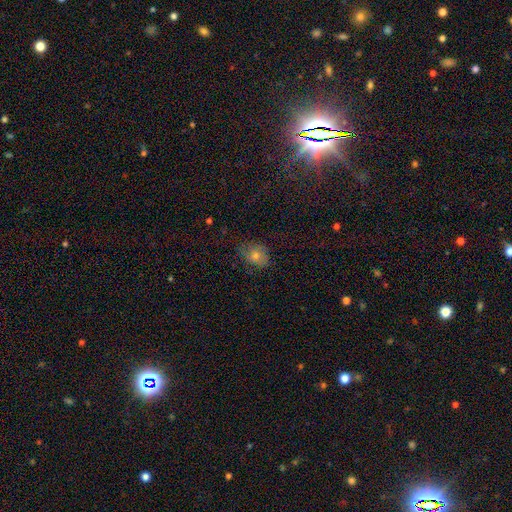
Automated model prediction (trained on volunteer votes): The model was most divided on "how rounded": in between: 55%, round: 44%, cigar-shaped: 1%. More confident: merging — none (66%); smooth or featured — smooth (52%).